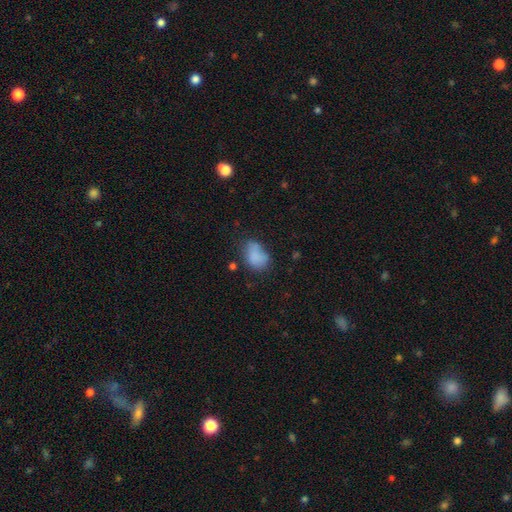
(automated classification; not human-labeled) The model was most divided on "merging": none: 46%, minor disturbance: 32%, major disturbance: 15%, merger: 8%. More confident: how rounded — in between (80%); smooth or featured — smooth (79%).